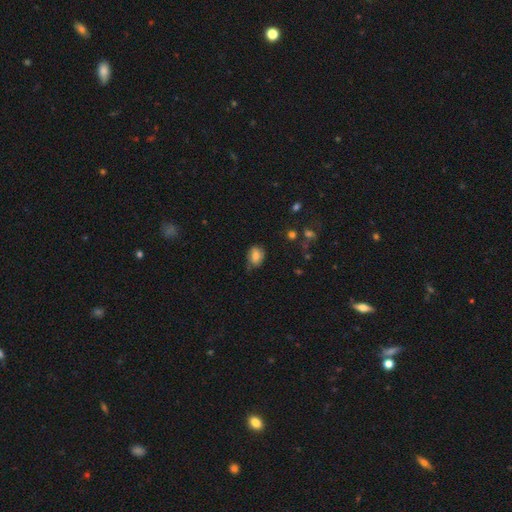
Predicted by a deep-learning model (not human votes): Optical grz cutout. It shows a smooth galaxy with no disk features (73%) that is in between round and cigar-shaped (61%). Merging: none (55%).